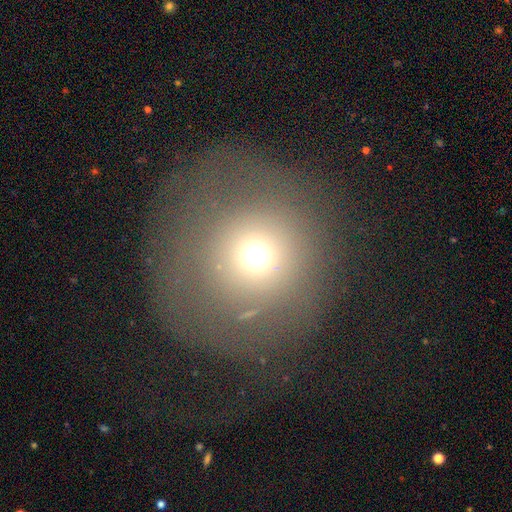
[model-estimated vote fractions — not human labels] Overall: smooth (65%). How rounded: round (93%). Merging: none (68%).